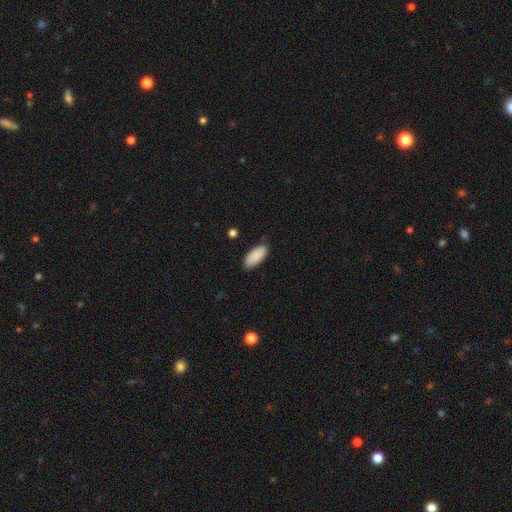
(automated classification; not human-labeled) A smooth galaxy with no disk features (90%) that is in between round and cigar-shaped (86%).

Vote fractions:
- Smooth or featured? smooth: 90% / star or artifact: 6% / featured or disk: 4%
- How rounded? in between: 86% / cigar-shaped: 12% / round: 2%
- Merging? none: 85% / minor disturbance: 12% / major disturbance: 2% / merger: 1%